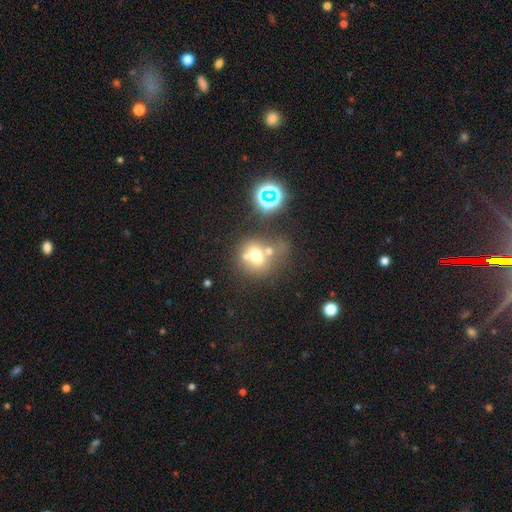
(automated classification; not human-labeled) Smooth or featured: smooth — 61% (featured or disk — 21%)
How rounded: round — 57% (in between — 42%)
Merging: none — 39% (merger — 38%)